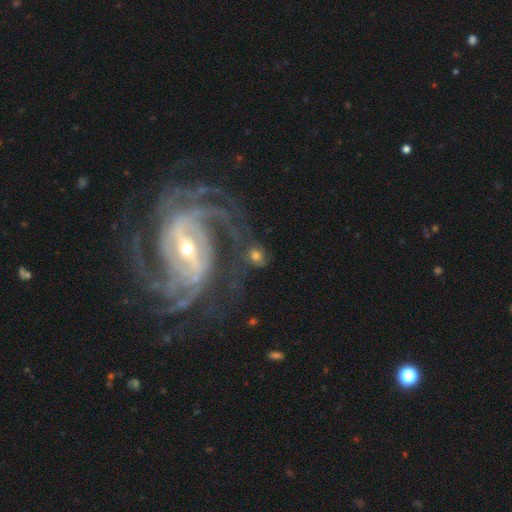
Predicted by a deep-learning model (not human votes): The model was most divided on "bar": no: 35%, strong: 34%, weak: 32%. More confident: edge-on disk — no (93%); spiral arms — yes (83%); smooth or featured — featured or disk (62%); merging — none (56%); bulge size — moderate (51%).